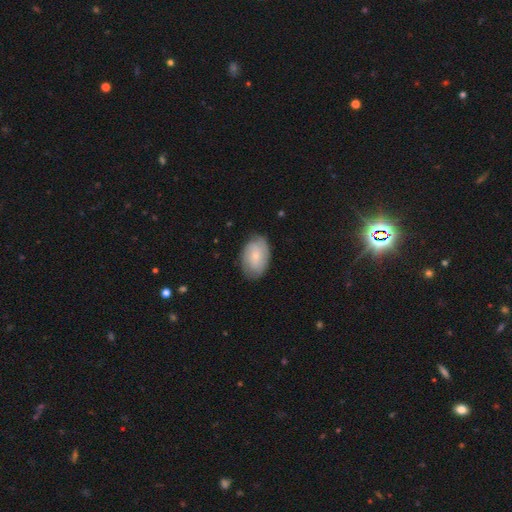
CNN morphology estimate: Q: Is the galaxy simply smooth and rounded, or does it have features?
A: smooth — 56%.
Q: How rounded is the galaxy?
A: in between — 88%.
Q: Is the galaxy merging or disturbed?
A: none — 79%.